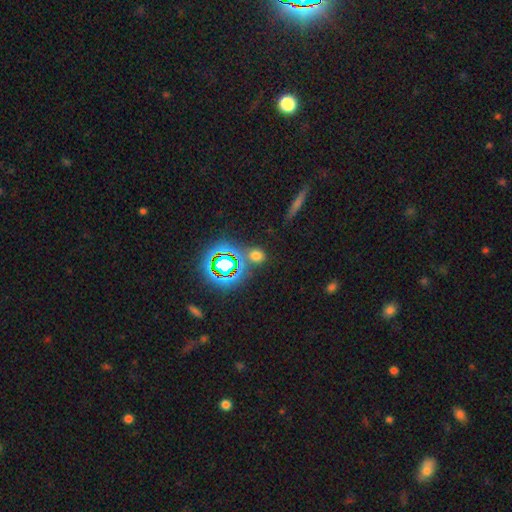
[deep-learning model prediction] Overall: smooth (56%; star or artifact 36%). How rounded: round (65%; in between 32%). Merging: none (76%).